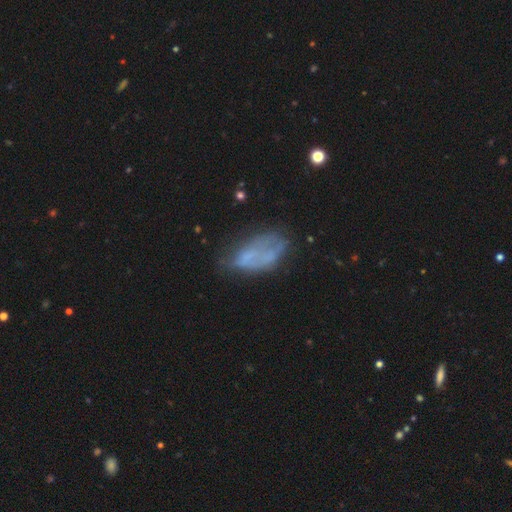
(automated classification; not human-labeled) smooth_or_featured: smooth (p=0.46) [alt: featured or disk p=0.41]
merging: none (p=0.41) [alt: minor disturbance p=0.29]